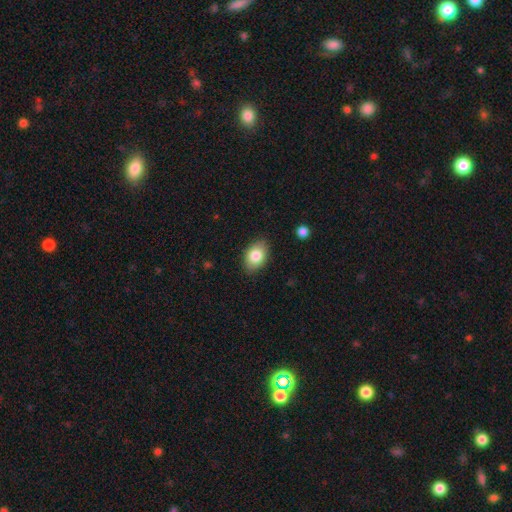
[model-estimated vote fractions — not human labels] This appears to be a smooth galaxy with no disk features (82%) that is in between round and cigar-shaped (85%). Merging: none (84%).